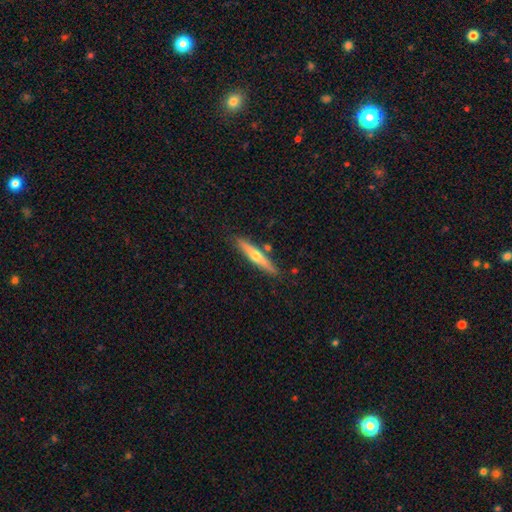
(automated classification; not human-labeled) smooth-or-featured: featured or disk: 54% | smooth: 41% | star or artifact: 6%
  disk-edge-on: yes: 94% | no: 6%
    edge-on-bulge: rounded: 86% | none: 11% | boxy: 2%
  merging: none: 85% | minor disturbance: 9% | merger: 4% | major disturbance: 2%